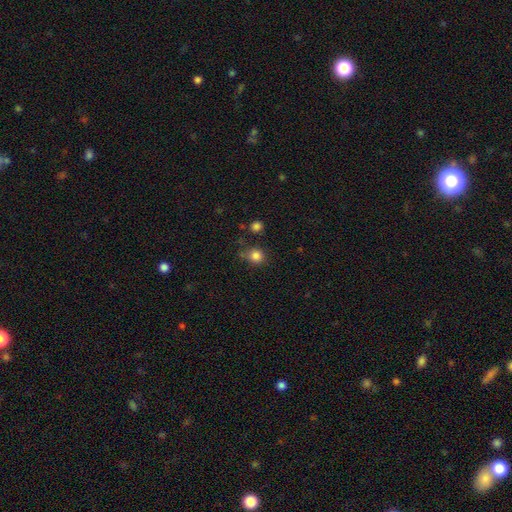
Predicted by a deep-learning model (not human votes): Smooth or featured?
  - smooth: 83% *
  - star or artifact: 12%
  - featured or disk: 5%
How rounded?
  - round: 83% *
  - in between: 16%
  - cigar-shaped: 1%
Merging?
  - none: 69% *
  - minor disturbance: 19%
  - merger: 7%
  - major disturbance: 5%